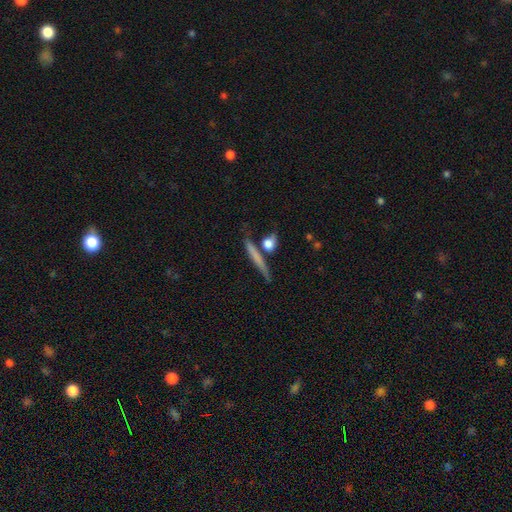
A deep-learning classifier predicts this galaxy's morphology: type=smooth (58%); roundness=cigar-shaped (82%); merging=none (68%).